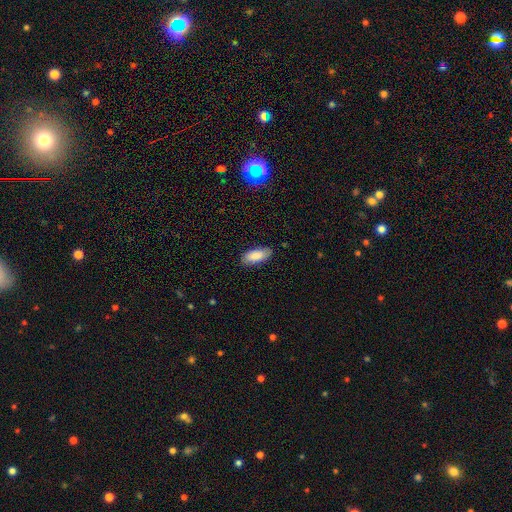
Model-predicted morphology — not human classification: Smooth or featured: smooth — 87% (featured or disk — 7%)
How rounded: in between — 86% (cigar-shaped — 12%)
Merging: none — 84% (minor disturbance — 13%)